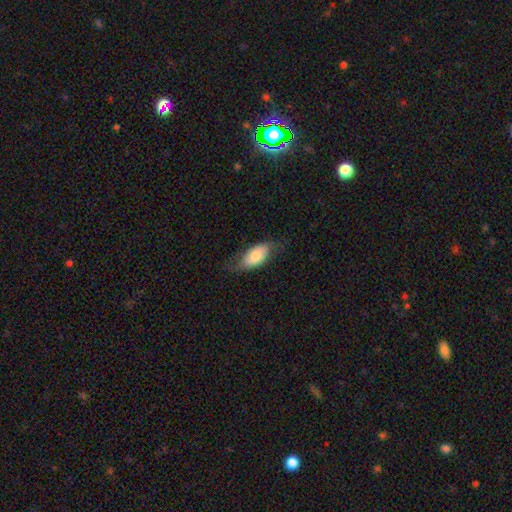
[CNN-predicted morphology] Q: Smooth or featured?
A: smooth (71%); runner-up: featured or disk (23%)
Q: How rounded?
A: in between (91%); runner-up: cigar-shaped (5%)
Q: Merging?
A: none (61%); runner-up: minor disturbance (27%)